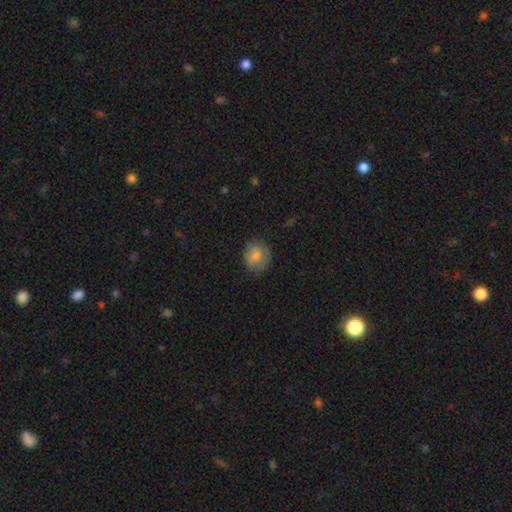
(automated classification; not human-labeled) Smooth or featured? smooth (77%)
How rounded? round (77%)
Merging? none (72%)